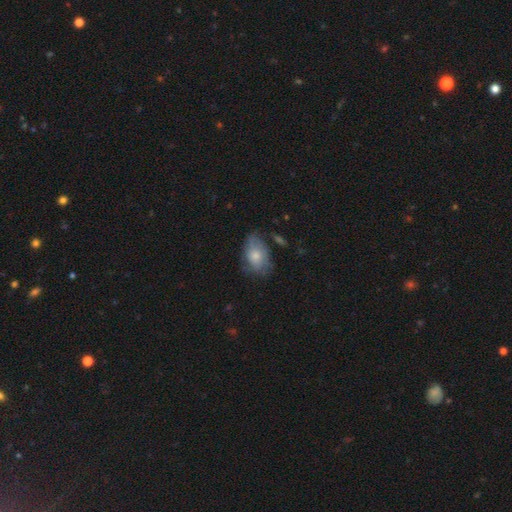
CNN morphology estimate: Smooth or featured? Predicted: smooth (p=0.65). How rounded? Predicted: in between (p=0.85). Merging? Predicted: none (p=0.54).